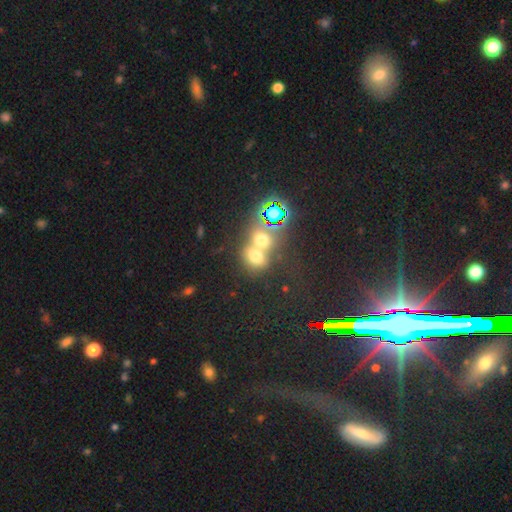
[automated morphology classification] This is likely a smooth galaxy (61%). How rounded: possibly round (58%). Merging: possibly merger (59%).